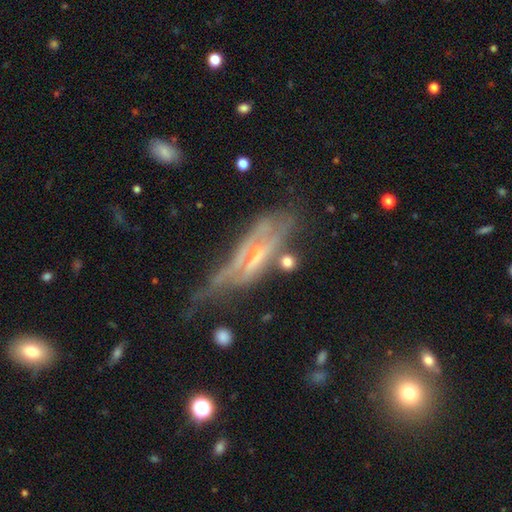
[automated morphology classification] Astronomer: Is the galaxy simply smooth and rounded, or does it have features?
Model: featured or disk — 73%.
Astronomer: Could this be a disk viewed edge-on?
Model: yes — 57% (runner-up: no, 43%).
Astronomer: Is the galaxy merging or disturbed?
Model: none — 36% (runner-up: major disturbance, 29%).